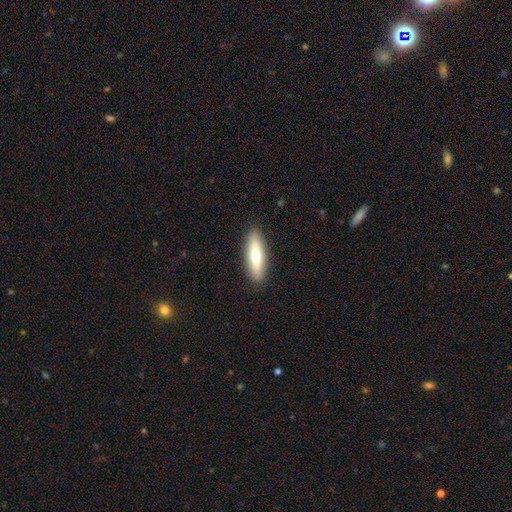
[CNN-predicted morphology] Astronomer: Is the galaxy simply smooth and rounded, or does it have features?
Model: smooth — 64%.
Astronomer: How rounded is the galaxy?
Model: cigar-shaped — 68%.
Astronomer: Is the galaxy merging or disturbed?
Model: none — 90%.